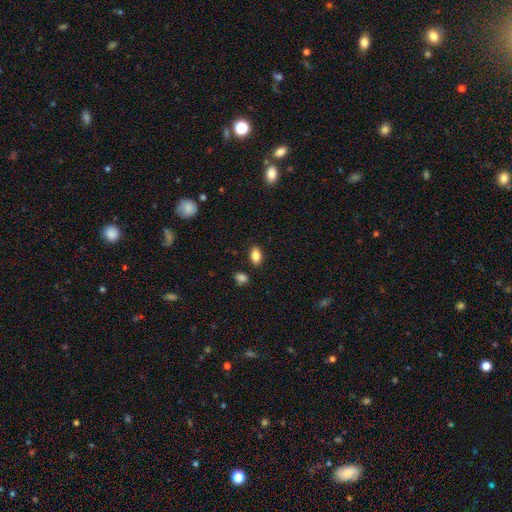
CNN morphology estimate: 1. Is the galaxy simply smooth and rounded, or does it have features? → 85% smooth, 8% star or artifact, 6% featured or disk.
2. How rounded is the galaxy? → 89% in between, 8% round, 2% cigar-shaped.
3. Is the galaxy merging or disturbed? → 86% none, 9% minor disturbance, 3% merger, 2% major disturbance.